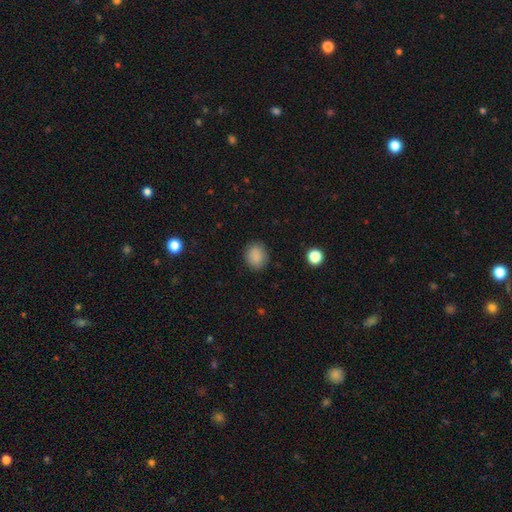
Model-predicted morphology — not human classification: Q: Smooth or featured?
A: smooth (87%); runner-up: star or artifact (10%)
Q: How rounded?
A: round (61%); runner-up: in between (38%)
Q: Merging?
A: none (84%); runner-up: minor disturbance (11%)